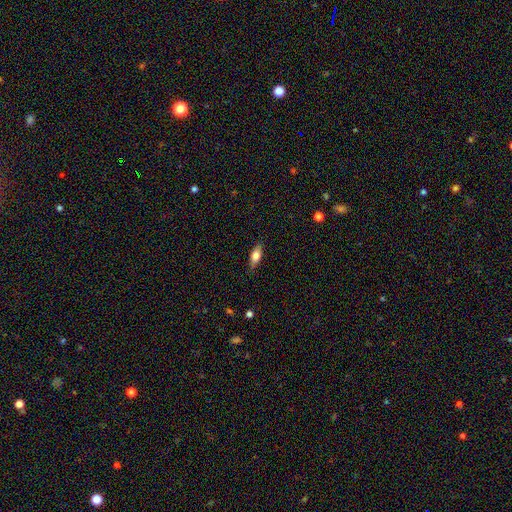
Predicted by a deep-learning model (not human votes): Smooth or featured? smooth (69%)
How rounded? in between (72%)
Merging? none (85%)